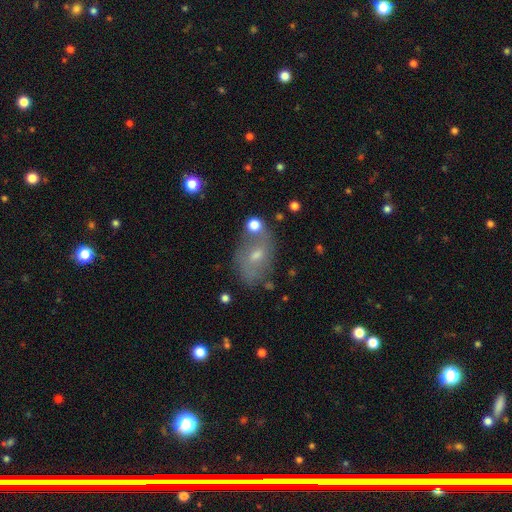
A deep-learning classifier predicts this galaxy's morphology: A smooth galaxy with no disk features (47%). Merging: none (61%).